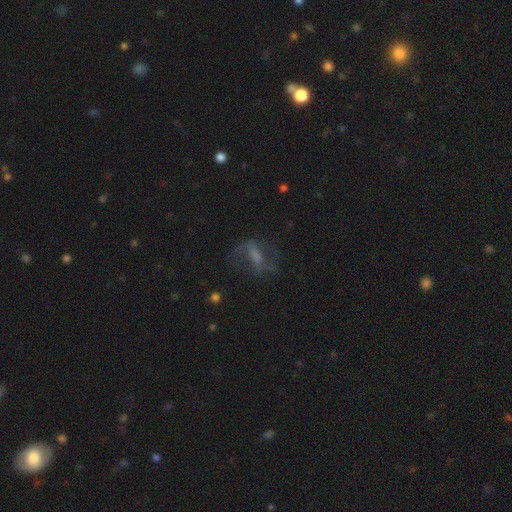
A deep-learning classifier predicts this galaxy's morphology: The model was most divided on "bar": strong: 43%, weak: 36%, no: 21%. Remaining: edge-on disk — no (88%); spiral arms — yes (66%); merging — none (59%); smooth or featured — featured or disk (57%); bulge size — none (35%).